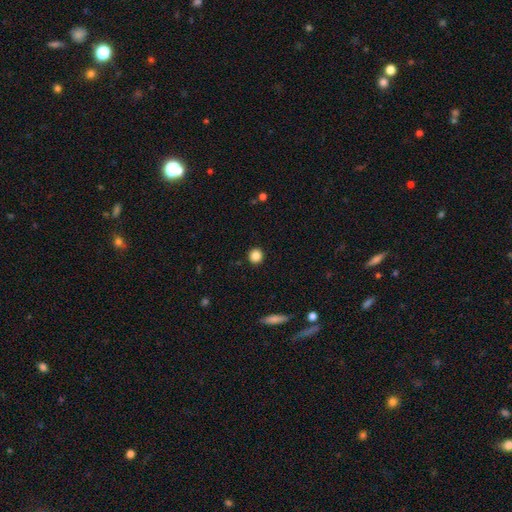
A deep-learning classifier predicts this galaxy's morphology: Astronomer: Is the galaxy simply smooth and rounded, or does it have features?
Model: smooth — 86%.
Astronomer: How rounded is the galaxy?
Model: round — 92%.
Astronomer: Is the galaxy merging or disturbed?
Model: none — 92%.